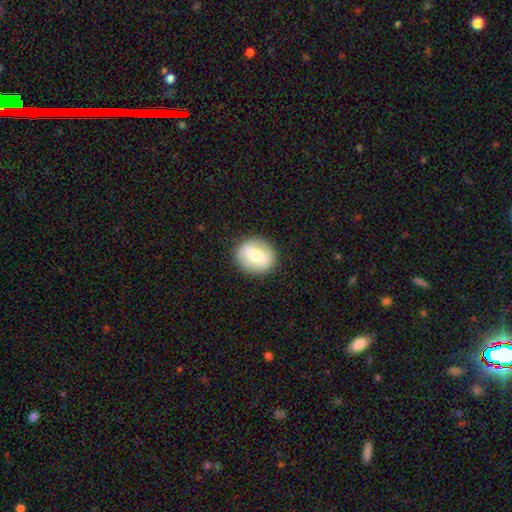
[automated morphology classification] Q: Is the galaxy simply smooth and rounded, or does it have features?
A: smooth — 55%.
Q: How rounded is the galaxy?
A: round — 73%.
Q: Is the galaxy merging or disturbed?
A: none — 86%.